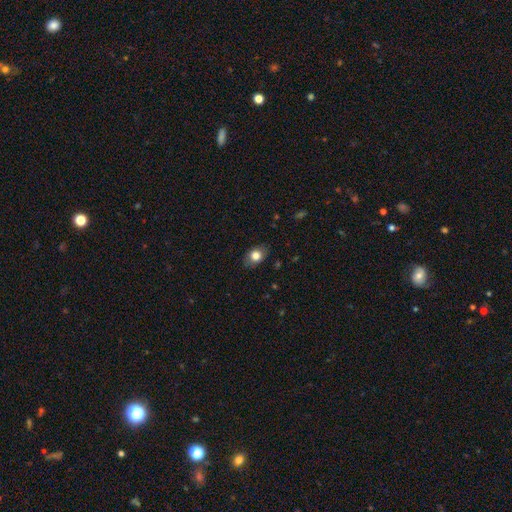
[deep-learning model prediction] smooth 79%, featured or disk 12%, star or artifact 9%. Down the decision tree: how rounded — in between (69%); merging — none (83%).